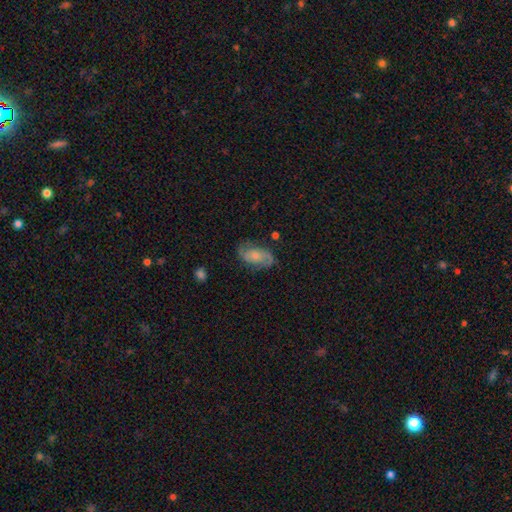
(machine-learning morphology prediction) smooth-or-featured: featured or disk: 69% | smooth: 23% | star or artifact: 7%
  disk-edge-on: no: 96% | yes: 4%
    bar: no: 63% | weak: 30% | strong: 6%
    has-spiral-arms: yes: 92% | no: 8%
      spiral-winding: medium: 47% | loose: 29% | tight: 24%
      spiral-arm-count: 2: 88% | can't tell: 7% | 1: 2% | 3: 1% | 4: 1% | more than 4: 1%
    bulge-size: small: 42% | moderate: 30% | none: 19% | large: 8% | dominant: 2%
  merging: none: 73% | minor disturbance: 18% | major disturbance: 7% | merger: 2%